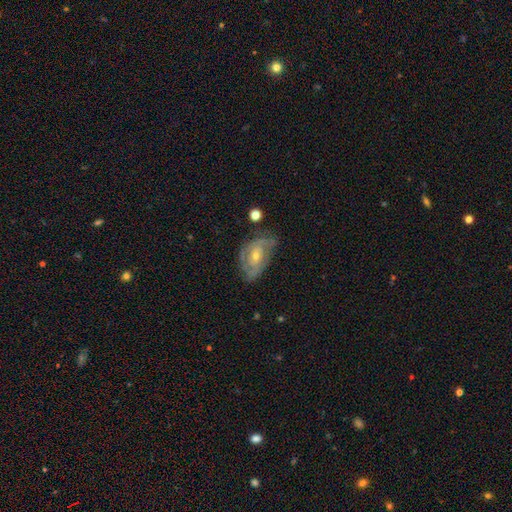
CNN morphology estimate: The model was most divided on "spiral winding": tight: 46%, medium: 40%, loose: 14%. Remaining: edge-on disk — no (95%); spiral arms — yes (88%); smooth or featured — featured or disk (77%); bar — no (63%); merging — none (60%); bulge size — small (56%); spiral arm count — 2 (45%).